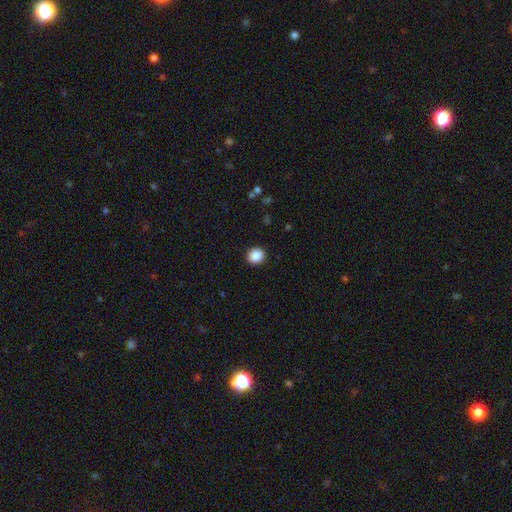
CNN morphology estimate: smooth 89%, star or artifact 8%, featured or disk 2%. Down the decision tree: how rounded — round (82%); merging — none (91%).